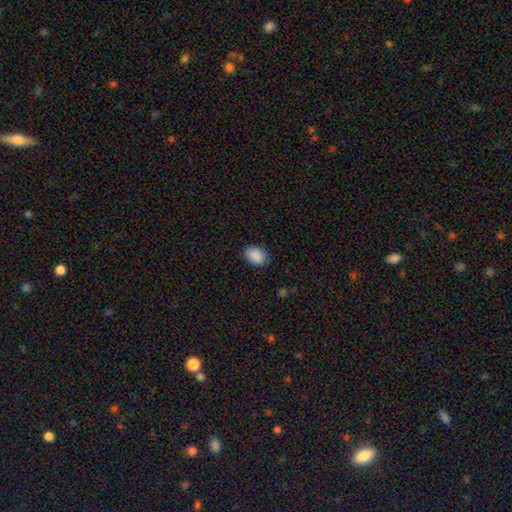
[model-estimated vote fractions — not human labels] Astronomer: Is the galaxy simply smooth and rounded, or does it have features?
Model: smooth — 90%.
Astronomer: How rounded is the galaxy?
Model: in between — 76%.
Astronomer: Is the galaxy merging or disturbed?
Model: none — 83%.